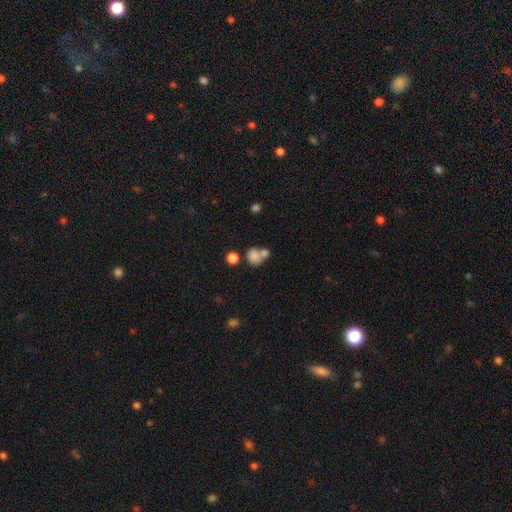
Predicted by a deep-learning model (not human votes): smooth-or-featured: smooth: 81% | star or artifact: 10% | featured or disk: 9%
  how-rounded: round: 72% | in between: 27% | cigar-shaped: 1%
  merging: merger: 48% | none: 37% | minor disturbance: 10% | major disturbance: 6%